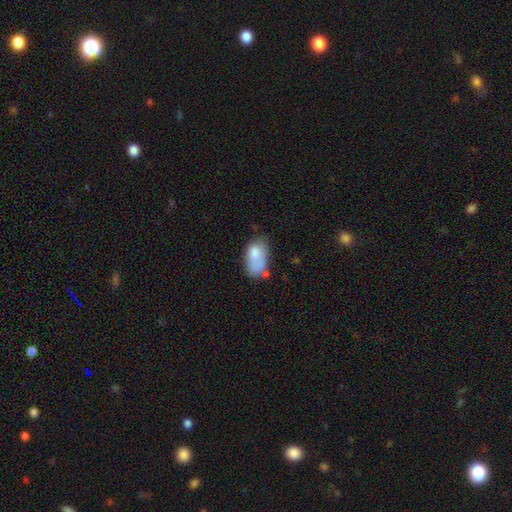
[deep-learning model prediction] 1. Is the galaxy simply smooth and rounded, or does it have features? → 75% smooth, 17% featured or disk, 8% star or artifact.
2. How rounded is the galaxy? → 92% in between, 5% round, 2% cigar-shaped.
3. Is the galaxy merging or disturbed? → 37% none, 31% minor disturbance, 16% major disturbance, 16% merger.